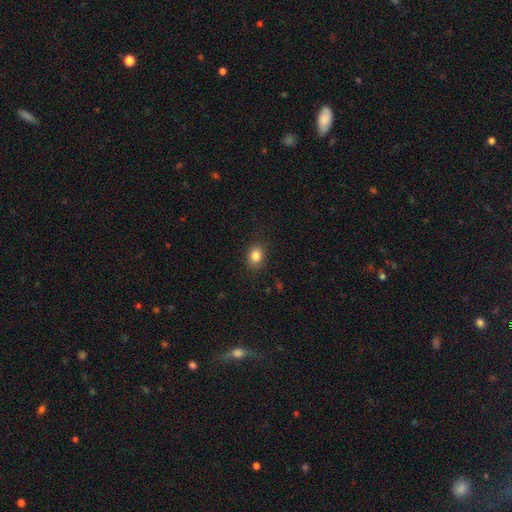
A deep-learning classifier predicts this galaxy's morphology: Smooth or featured? Predicted: smooth (p=0.83). How rounded? Predicted: round (p=0.51). Merging? Predicted: none (p=0.87).